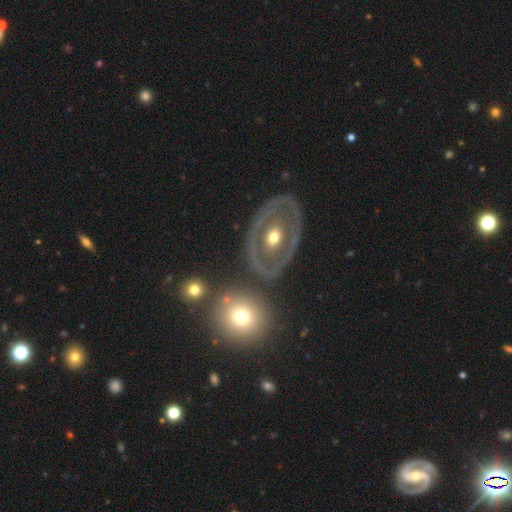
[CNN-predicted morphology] featured or disk 66%, smooth 23%, star or artifact 11%. Down the decision tree: edge-on disk — no (90%); bar — no (68%); spiral arms — no (62%); bulge size — moderate (66%); merging — none (75%).